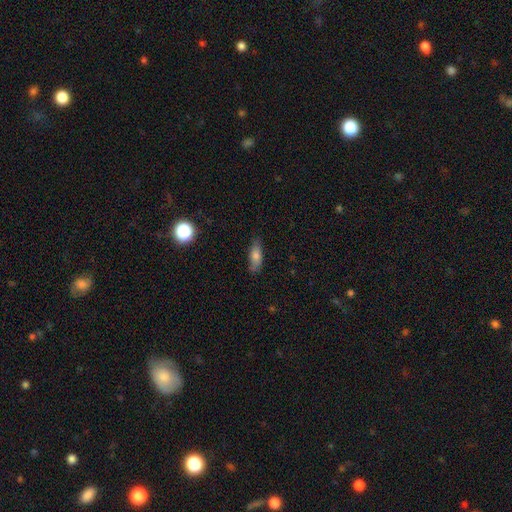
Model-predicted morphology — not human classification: smooth-or-featured: smooth: 73% | featured or disk: 19% | star or artifact: 8%
  how-rounded: in between: 67% | cigar-shaped: 29% | round: 3%
  merging: none: 74% | minor disturbance: 20% | major disturbance: 4% | merger: 1%